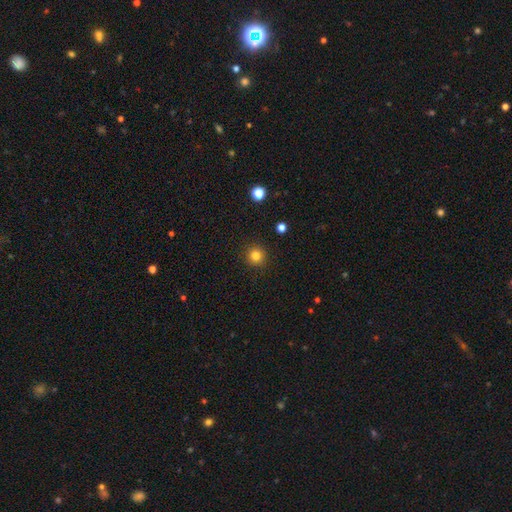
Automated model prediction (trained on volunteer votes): Smooth or featured? smooth (82%)
How rounded? round (95%)
Merging? none (92%)